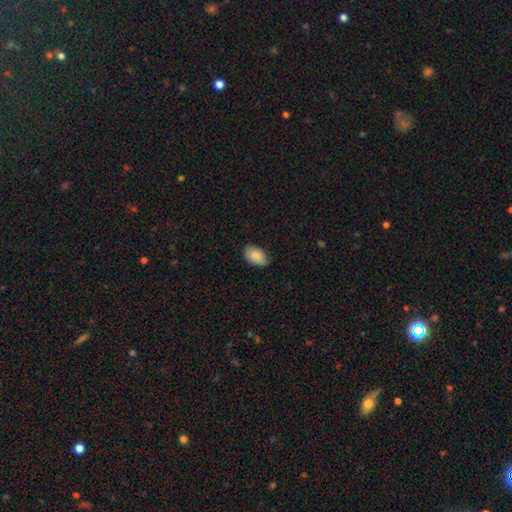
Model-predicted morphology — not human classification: Smooth or featured? Predicted: smooth (p=0.88). How rounded? Predicted: in between (p=0.92). Merging? Predicted: none (p=0.82).